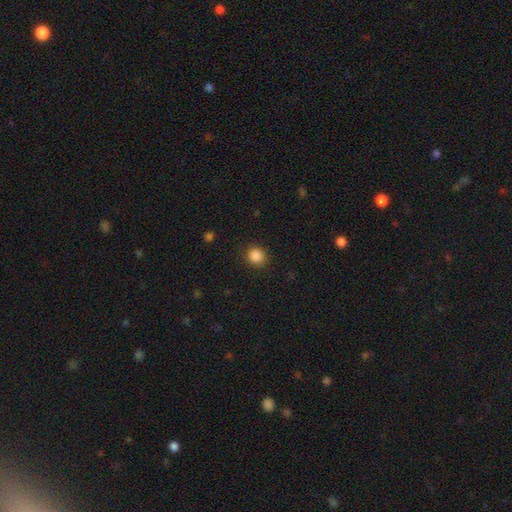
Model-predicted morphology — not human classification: smooth-or-featured: smooth: 87% | star or artifact: 10% | featured or disk: 3%
  how-rounded: round: 86% | in between: 13% | cigar-shaped: 1%
  merging: none: 88% | minor disturbance: 8% | major disturbance: 3% | merger: 1%